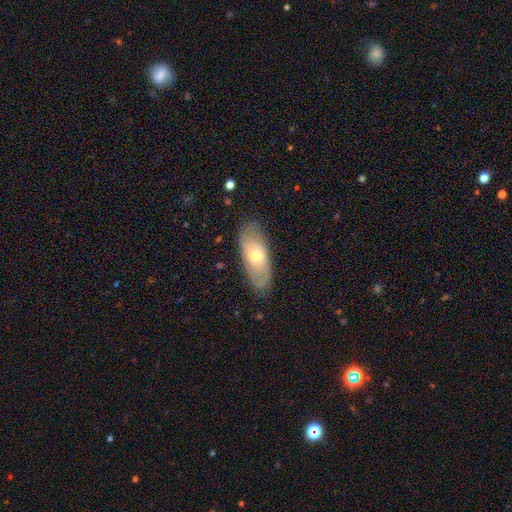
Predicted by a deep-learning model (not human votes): smooth-or-featured: smooth: 50% | featured or disk: 43% | star or artifact: 7%
  how-rounded: in between: 81% | cigar-shaped: 16% | round: 3%
  merging: none: 80% | minor disturbance: 15% | major disturbance: 4% | merger: 1%